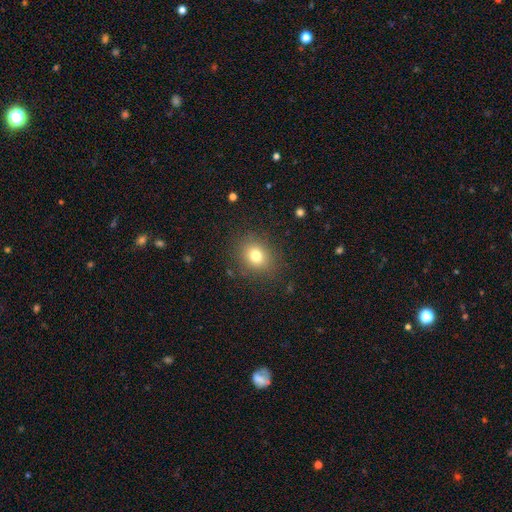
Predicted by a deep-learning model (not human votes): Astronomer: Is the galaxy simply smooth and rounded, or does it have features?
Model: smooth — 77%.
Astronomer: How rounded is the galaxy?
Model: round — 60% (runner-up: in between, 39%).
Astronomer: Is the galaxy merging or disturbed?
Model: none — 85%.